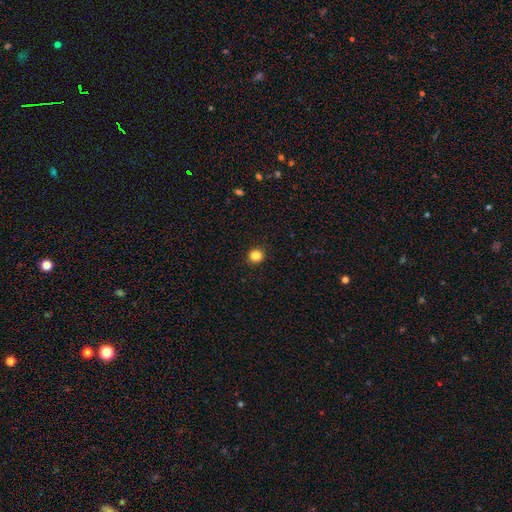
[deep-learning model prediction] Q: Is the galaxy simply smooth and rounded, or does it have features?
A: smooth — 86%.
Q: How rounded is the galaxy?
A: round — 76%.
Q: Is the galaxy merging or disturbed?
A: none — 88%.